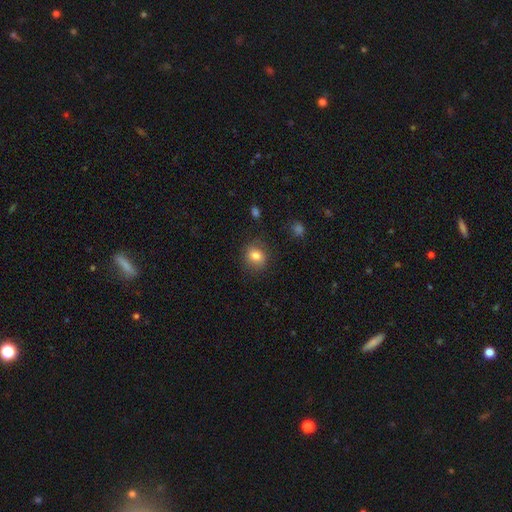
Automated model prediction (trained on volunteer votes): Overall: smooth (80%). How rounded: round (70%). Merging: none (82%).